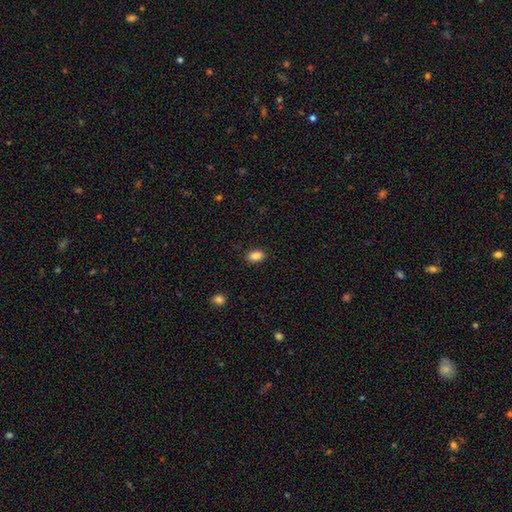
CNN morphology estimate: type=smooth (88%); roundness=in between (87%); merging=none (88%).